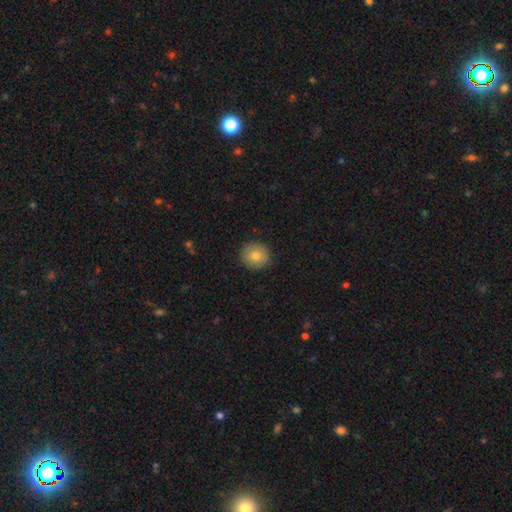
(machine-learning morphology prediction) This is likely a smooth galaxy (78%). How rounded: clearly round (90%). Merging: clearly none (91%).